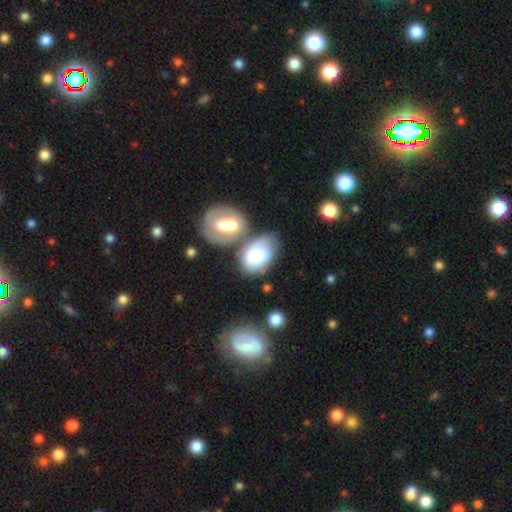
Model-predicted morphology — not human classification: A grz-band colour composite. It shows a smooth galaxy with no disk features (57%) that is in between round and cigar-shaped (79%). Merging: merger (34%).